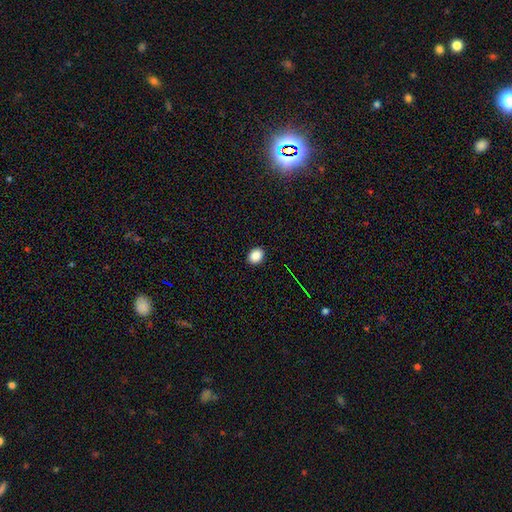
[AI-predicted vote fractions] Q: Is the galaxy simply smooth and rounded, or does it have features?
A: smooth — 86%.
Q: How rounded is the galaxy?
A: in between — 54%.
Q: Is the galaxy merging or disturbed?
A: none — 91%.